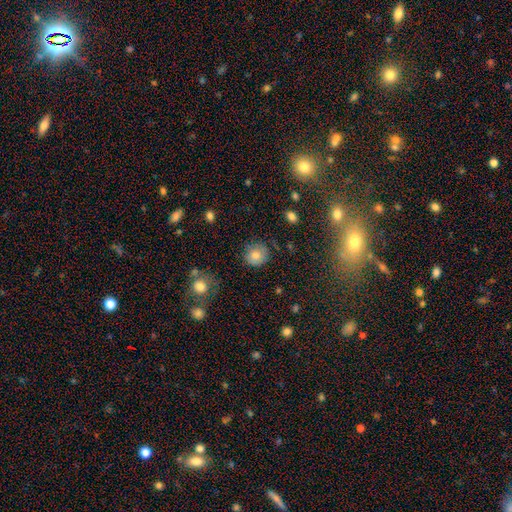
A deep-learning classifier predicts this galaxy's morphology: A smooth galaxy with no disk features (79%) that is round (87%). Merging: none (77%).